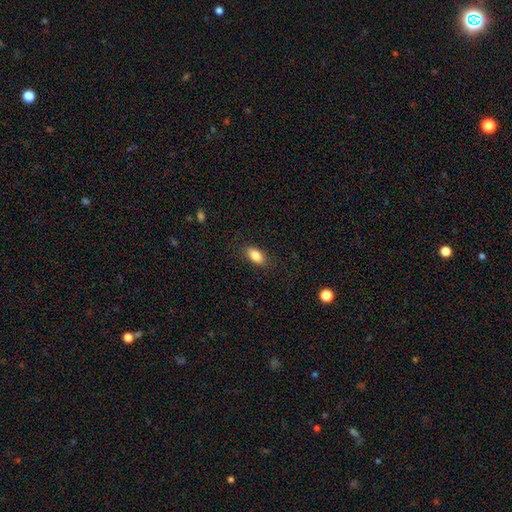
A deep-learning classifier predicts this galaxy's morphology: Smooth or featured? Predicted: smooth (p=0.85). How rounded? Predicted: in between (p=0.89). Merging? Predicted: none (p=0.85).